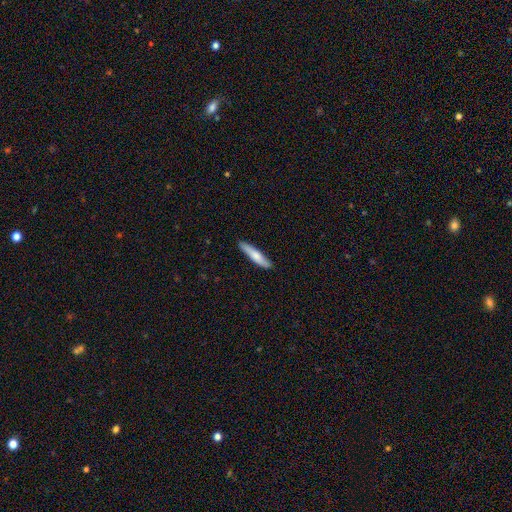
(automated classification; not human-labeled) Overall: smooth (70%). How rounded: cigar-shaped (87%). Merging: none (87%).